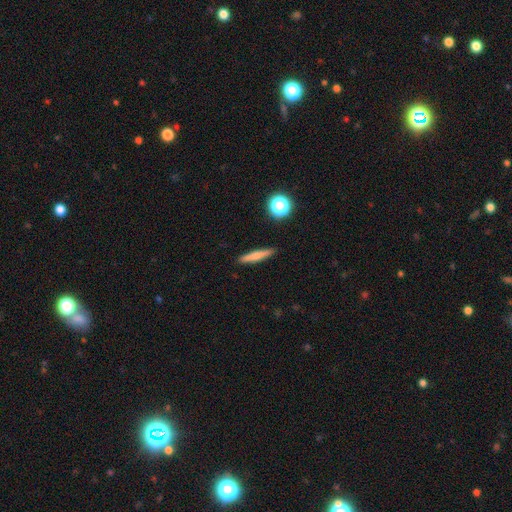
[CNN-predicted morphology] Smooth or featured? smooth (66%)
How rounded? cigar-shaped (89%)
Merging? none (90%)